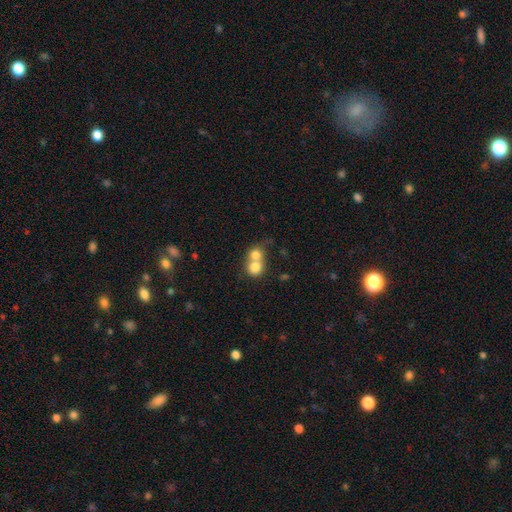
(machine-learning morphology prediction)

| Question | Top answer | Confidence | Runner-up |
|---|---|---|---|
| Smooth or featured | smooth | 75% | featured or disk (16%) |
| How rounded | round | 79% | in between (20%) |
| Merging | merger | 68% | none (25%) |